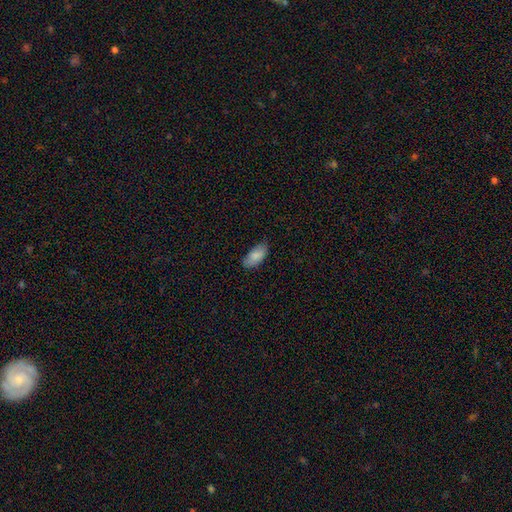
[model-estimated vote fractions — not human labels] This is clearly a smooth galaxy (87%). How rounded: clearly in between (91%). Merging: clearly none (81%).